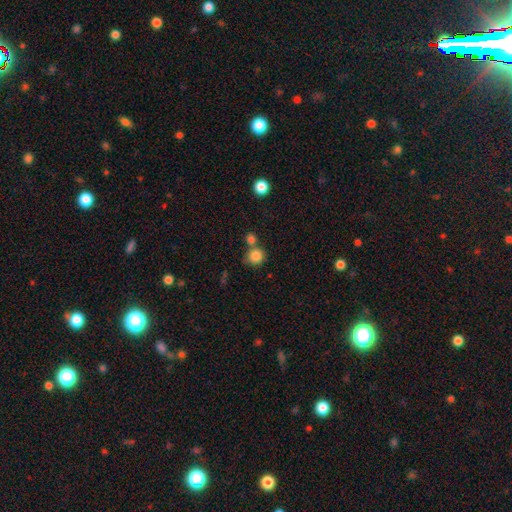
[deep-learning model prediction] This appears to be a smooth galaxy with no disk features (84%) that is round (89%). Merging: none (60%).